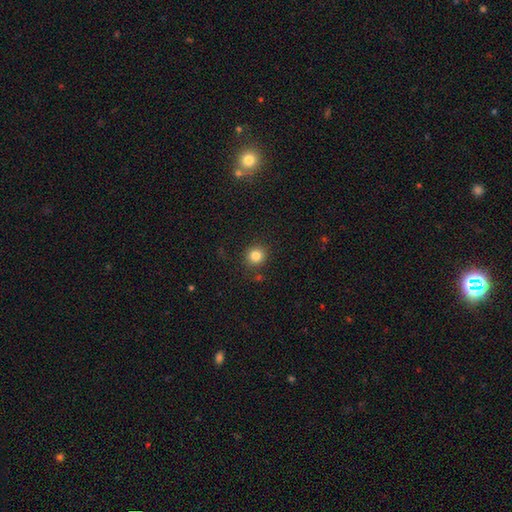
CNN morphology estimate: A smooth galaxy with no disk features (84%) that is round (90%). Merging: none (86%).